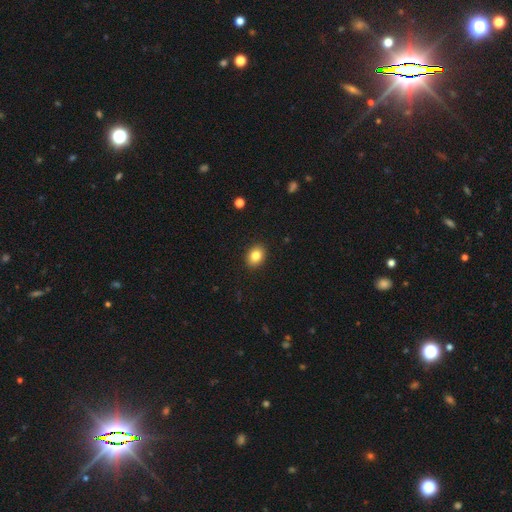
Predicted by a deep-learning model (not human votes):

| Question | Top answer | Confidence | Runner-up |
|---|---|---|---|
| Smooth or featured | smooth | 84% | star or artifact (9%) |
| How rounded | in between | 63% | round (36%) |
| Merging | none | 90% | minor disturbance (7%) |